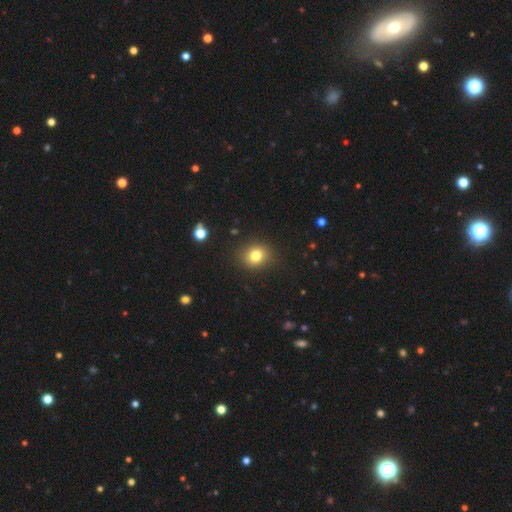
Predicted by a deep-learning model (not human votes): This appears to be a smooth galaxy with no disk features (80%) that is round (70%). Merging: none (88%).